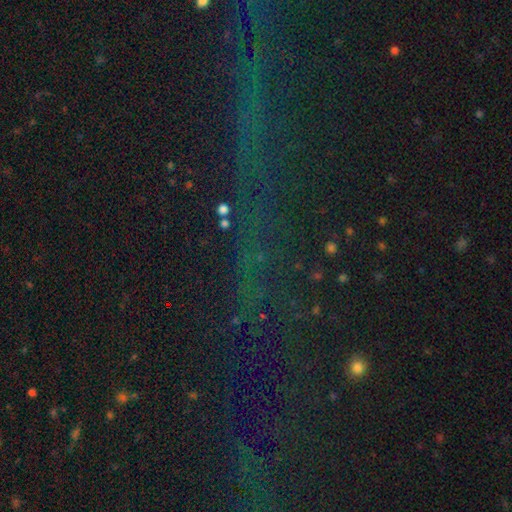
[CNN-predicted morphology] A star or artifact, not a galaxy (76%).

Vote fractions:
- Smooth or featured? star or artifact: 76% / smooth: 12% / featured or disk: 12%